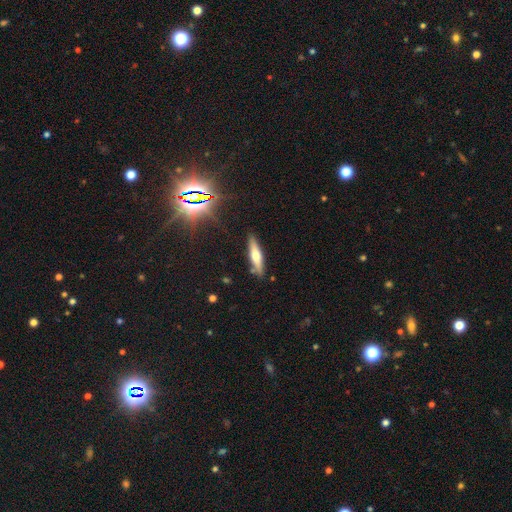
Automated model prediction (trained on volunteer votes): This appears to be a smooth galaxy with no disk features (48%). Merging: none (86%).